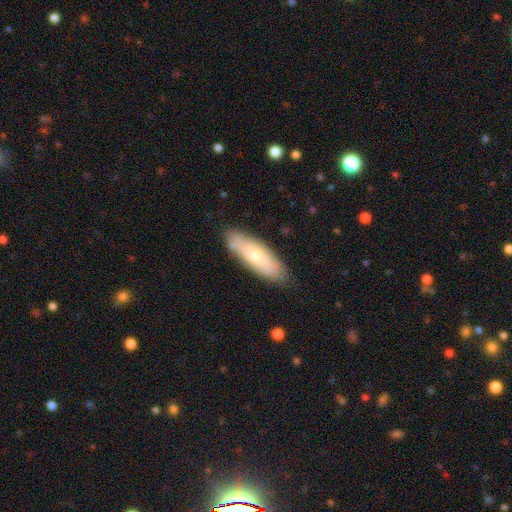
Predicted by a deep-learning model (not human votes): The model was most divided on "how rounded": in between: 55%, cigar-shaped: 43%, round: 2%. More confident: merging — none (81%); smooth or featured — smooth (62%).